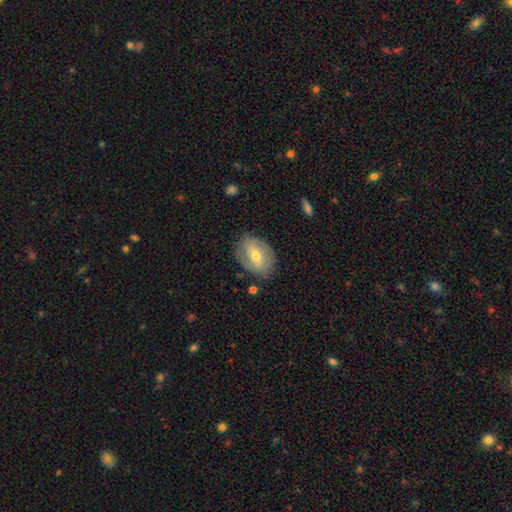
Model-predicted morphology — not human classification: This appears to be a featured or disk galaxy (53%). Merging: none (78%).